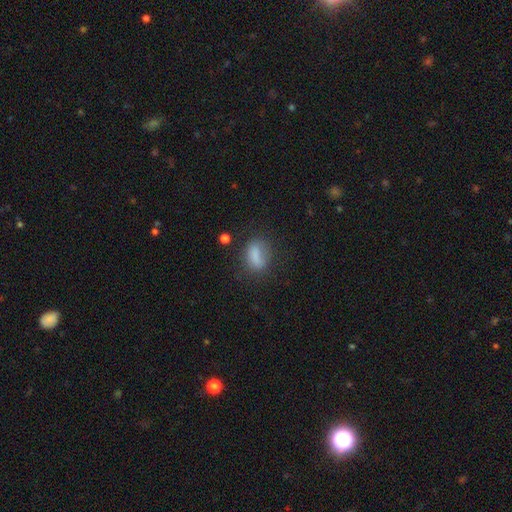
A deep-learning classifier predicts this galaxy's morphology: type=smooth (78%); roundness=in between (78%); merging=none (58%).